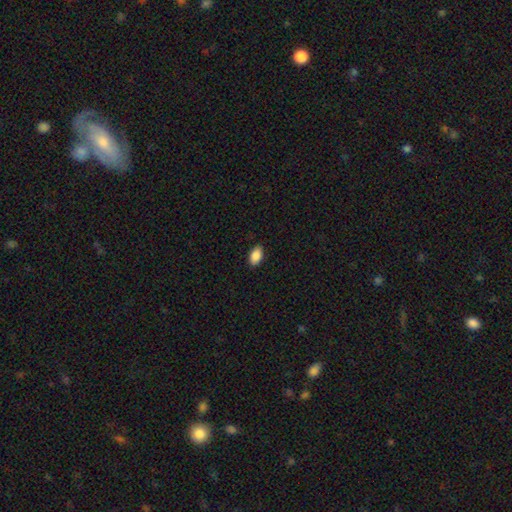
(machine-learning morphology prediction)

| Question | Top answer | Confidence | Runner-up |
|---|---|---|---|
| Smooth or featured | smooth | 89% | star or artifact (7%) |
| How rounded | in between | 92% | round (6%) |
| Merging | none | 87% | minor disturbance (10%) |